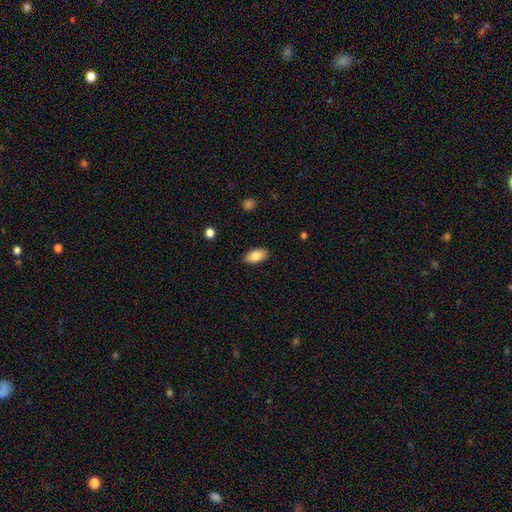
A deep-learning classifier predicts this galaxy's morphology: Overall: smooth (84%). How rounded: in between (92%). Merging: none (85%).